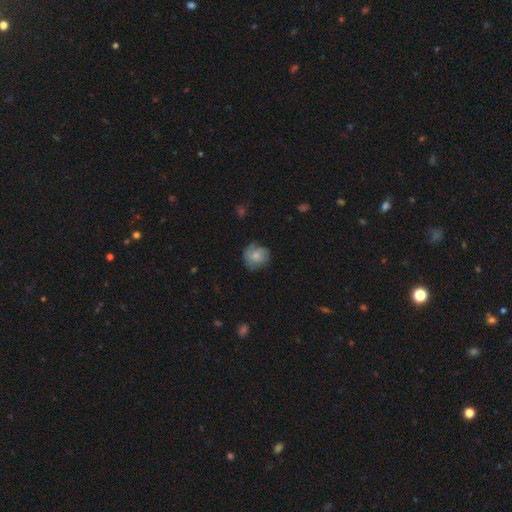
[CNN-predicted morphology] Smooth or featured?
  - smooth: 70% *
  - featured or disk: 22%
  - star or artifact: 8%
How rounded?
  - round: 83% *
  - in between: 16%
  - cigar-shaped: 1%
Merging?
  - none: 65% *
  - minor disturbance: 26%
  - major disturbance: 8%
  - merger: 1%